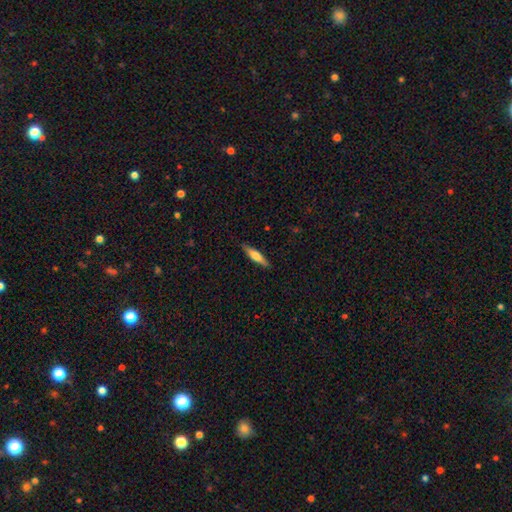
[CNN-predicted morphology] A smooth galaxy with no disk features (59%) that is cigar-shaped (78%). Merging: none (88%).